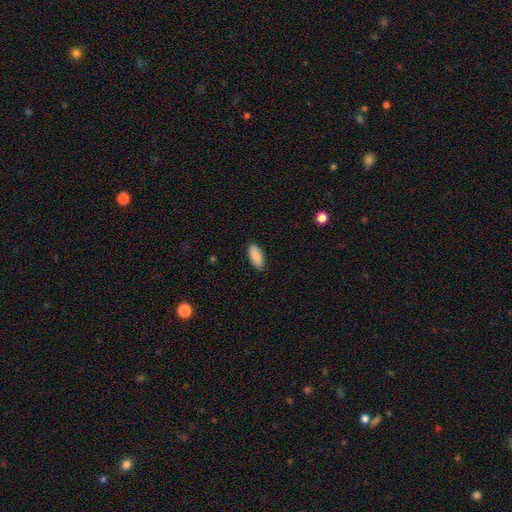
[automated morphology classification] A smooth galaxy with no disk features (88%) that is in between round and cigar-shaped (88%). Merging: none (88%).